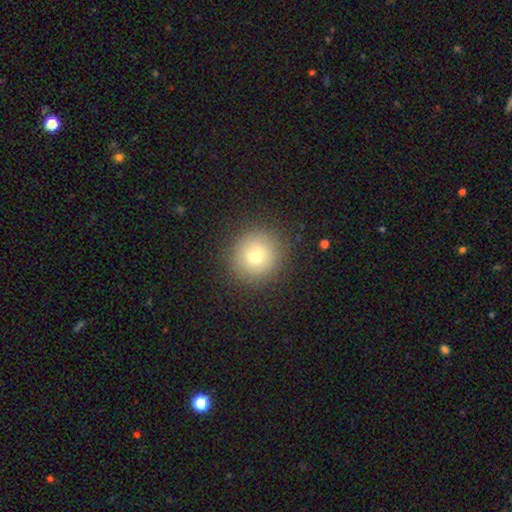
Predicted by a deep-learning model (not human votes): This appears to be a smooth galaxy with no disk features (74%) that is round (94%). Merging: none (89%).